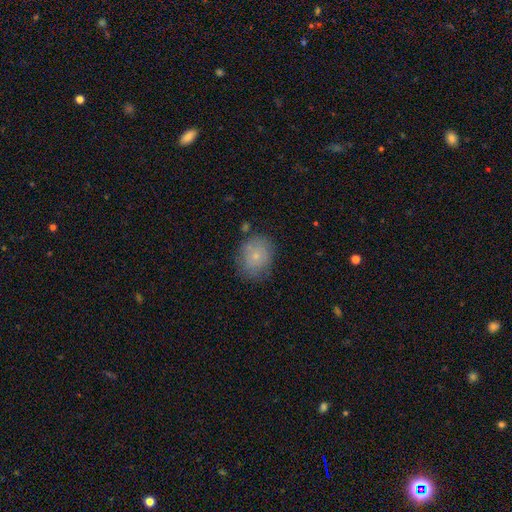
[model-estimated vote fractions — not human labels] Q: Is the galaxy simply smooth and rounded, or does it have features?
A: smooth — 68%.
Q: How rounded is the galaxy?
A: round — 57%.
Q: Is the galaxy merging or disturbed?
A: none — 71%.